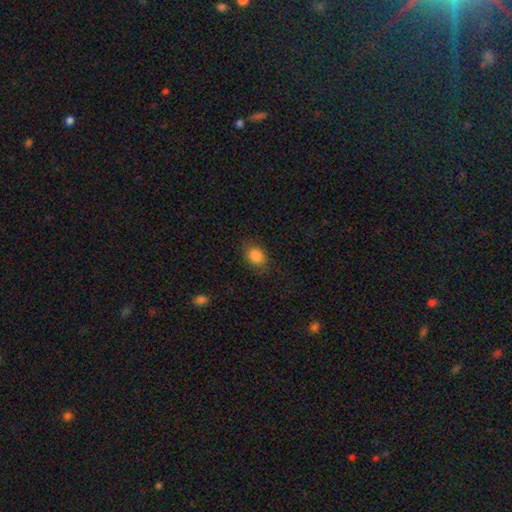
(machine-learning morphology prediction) The model was most divided on "how rounded": in between: 56%, round: 42%, cigar-shaped: 1%. More confident: smooth or featured — smooth (85%); merging — none (79%).